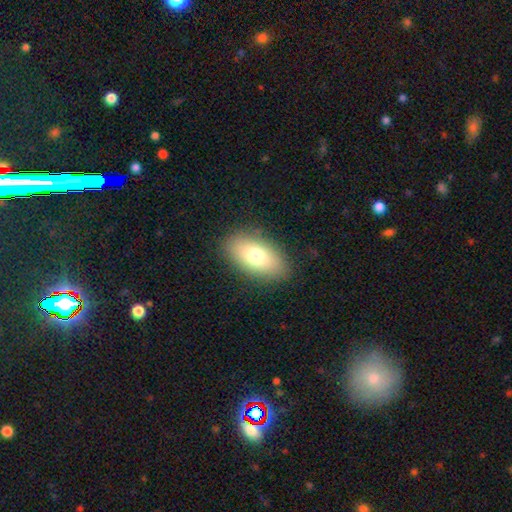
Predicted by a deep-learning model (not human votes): Overall: smooth (75%). How rounded: in between (91%). Merging: none (86%).